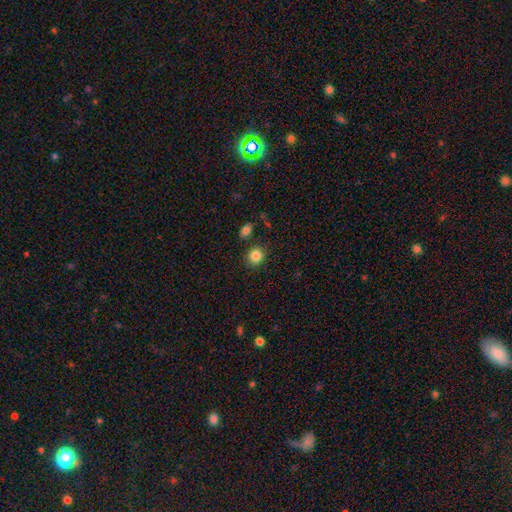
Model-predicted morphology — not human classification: The model was most divided on "how rounded": round: 72%, in between: 27%, cigar-shaped: 1%. More confident: smooth or featured — smooth (85%); merging — none (81%).